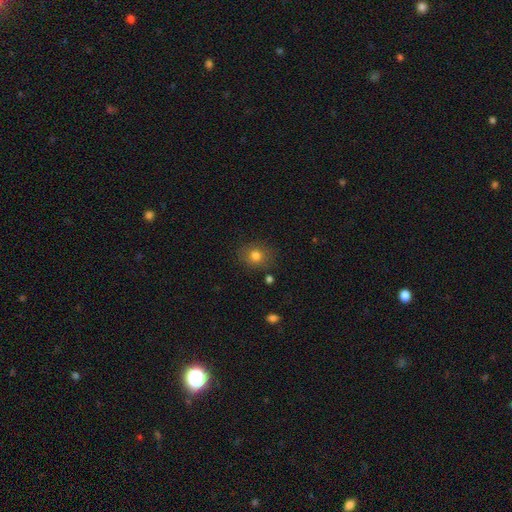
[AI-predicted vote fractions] This is likely a smooth galaxy (79%). How rounded: likely round (65%). Merging: clearly none (82%).